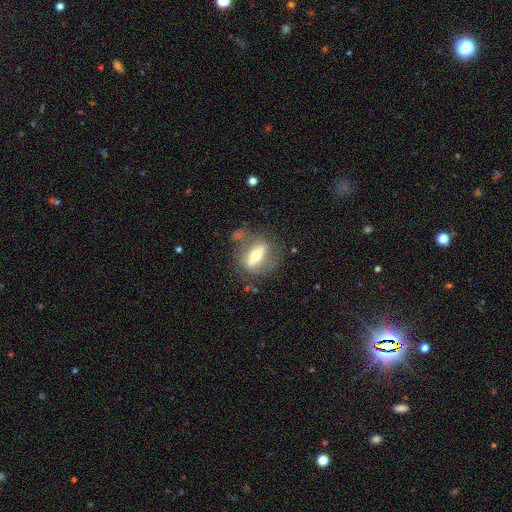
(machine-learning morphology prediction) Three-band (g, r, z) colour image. It shows a featured or disk galaxy (64%) with a strong bar (59%), no spiral arms (51%) and a moderate central bulge (65%). Merging: none (58%).